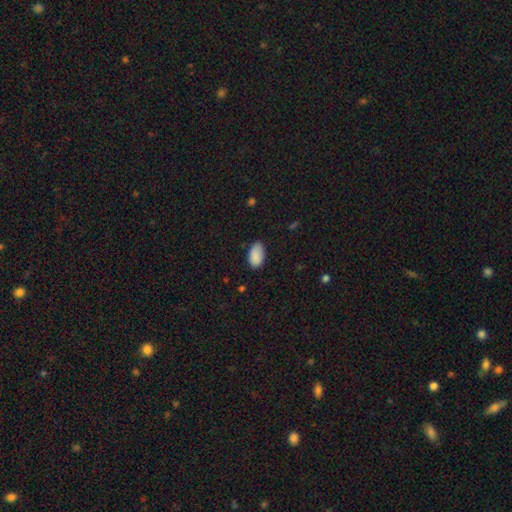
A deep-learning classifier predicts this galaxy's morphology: Smooth or featured: smooth — 89% (star or artifact — 7%)
How rounded: in between — 95% (round — 4%)
Merging: none — 78% (minor disturbance — 18%)